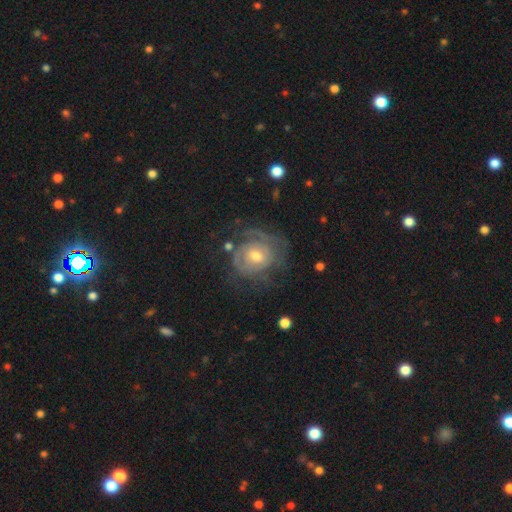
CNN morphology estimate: This appears to be a featured or disk galaxy (78%) with no bar (63%), tight (68%) spiral arms (86%) and a moderate central bulge (63%). Merging: none (62%).